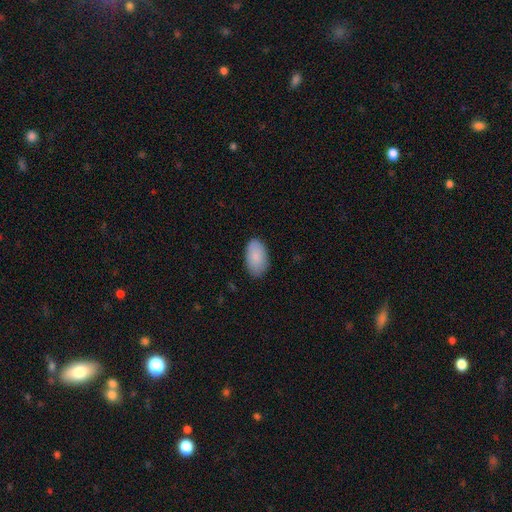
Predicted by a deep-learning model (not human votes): Overall: smooth (89%). How rounded: in between (95%). Merging: none (86%).